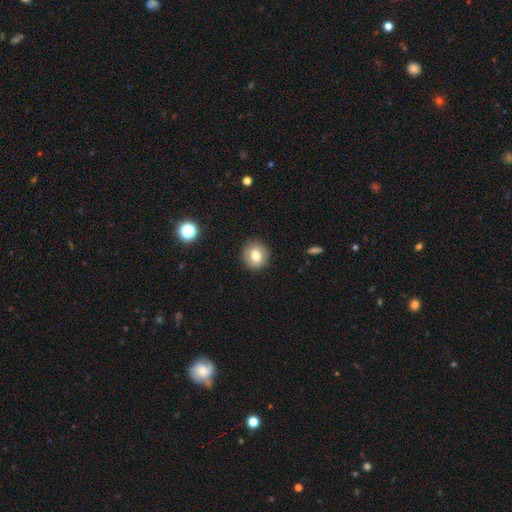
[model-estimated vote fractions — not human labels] Q: Smooth or featured?
A: smooth (79%); runner-up: featured or disk (12%)
Q: How rounded?
A: round (87%); runner-up: in between (12%)
Q: Merging?
A: none (90%); runner-up: minor disturbance (7%)